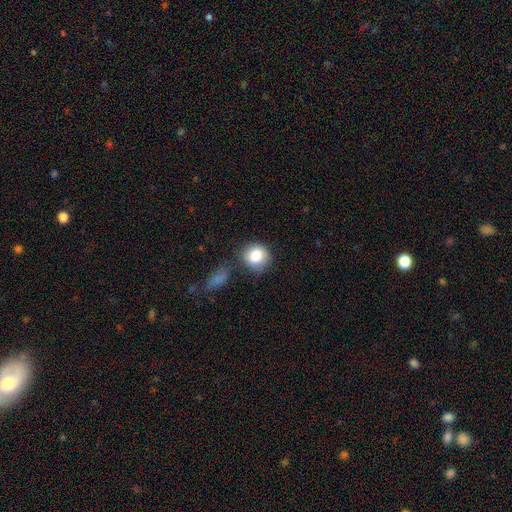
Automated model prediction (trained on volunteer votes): Q: Smooth or featured?
A: smooth (84%); runner-up: star or artifact (9%)
Q: How rounded?
A: round (84%); runner-up: in between (15%)
Q: Merging?
A: none (63%); runner-up: minor disturbance (20%)